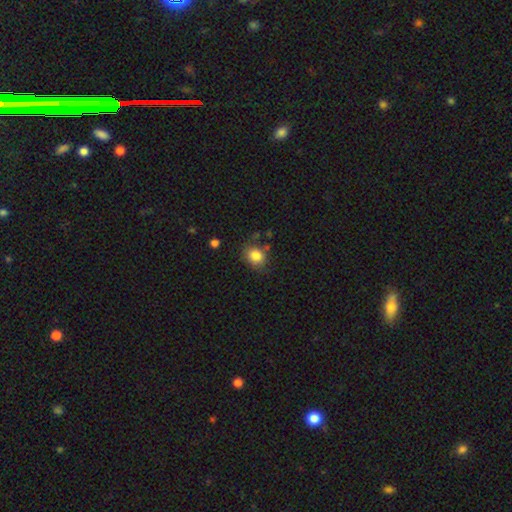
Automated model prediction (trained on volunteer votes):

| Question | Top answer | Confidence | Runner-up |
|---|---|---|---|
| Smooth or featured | smooth | 83% | star or artifact (10%) |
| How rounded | round | 60% | in between (39%) |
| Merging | none | 75% | minor disturbance (16%) |